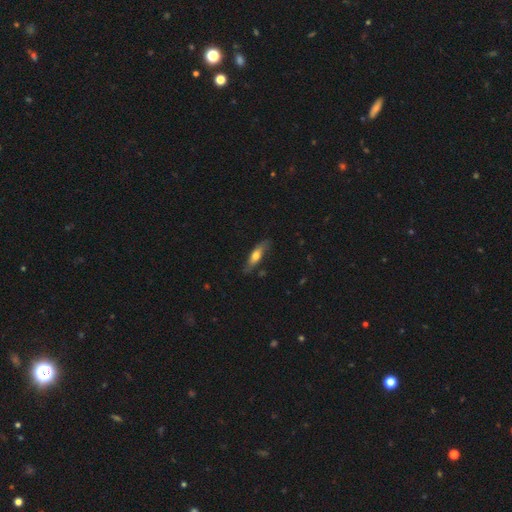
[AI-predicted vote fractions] This is possibly a smooth galaxy (52%). How rounded: likely cigar-shaped (67%). Merging: likely none (76%).